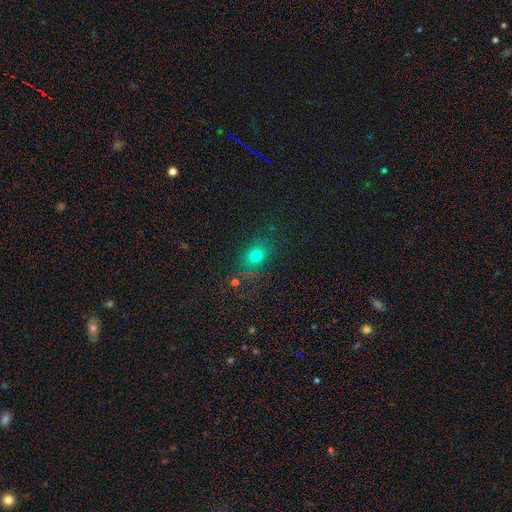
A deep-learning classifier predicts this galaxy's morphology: type=smooth (71%); roundness=in between (53%); merging=none (76%).